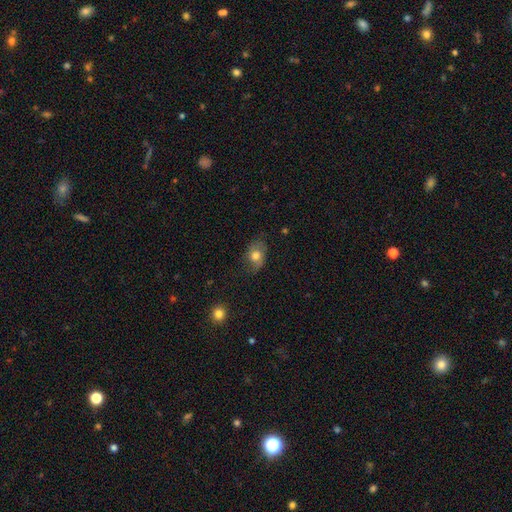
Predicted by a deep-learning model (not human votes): Morphology: type=smooth (68%); roundness=in between (74%); merging=none (64%).